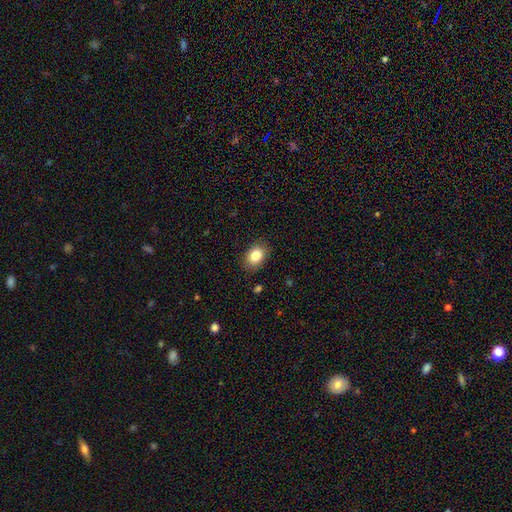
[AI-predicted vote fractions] This appears to be a smooth galaxy with no disk features (84%) that is in between round and cigar-shaped (73%). Merging: none (86%).